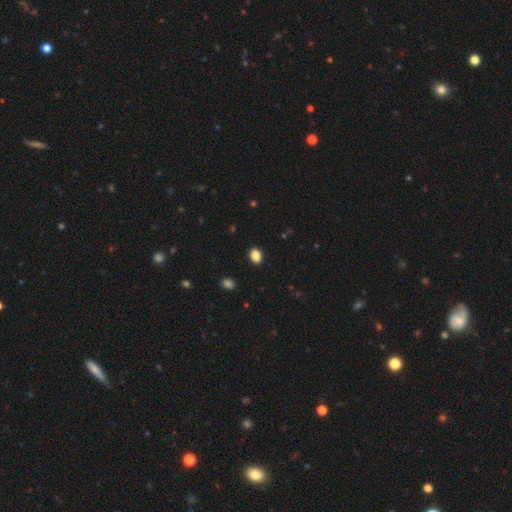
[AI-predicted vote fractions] Overall: smooth (87%). How rounded: in between (61%; round 38%). Merging: none (91%).